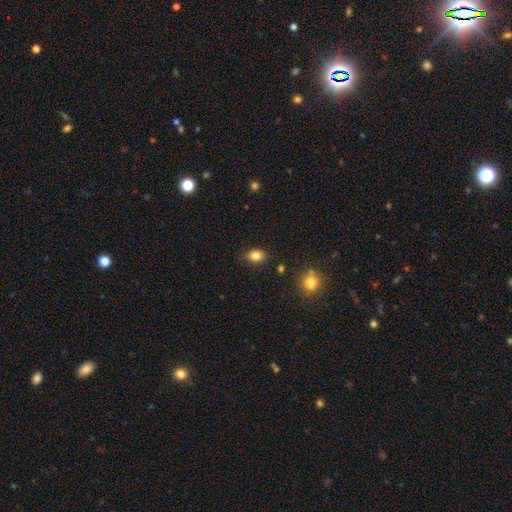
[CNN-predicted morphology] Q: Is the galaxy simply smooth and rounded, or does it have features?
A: smooth — 84%.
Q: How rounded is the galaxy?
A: in between — 58%.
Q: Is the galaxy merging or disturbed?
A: none — 85%.